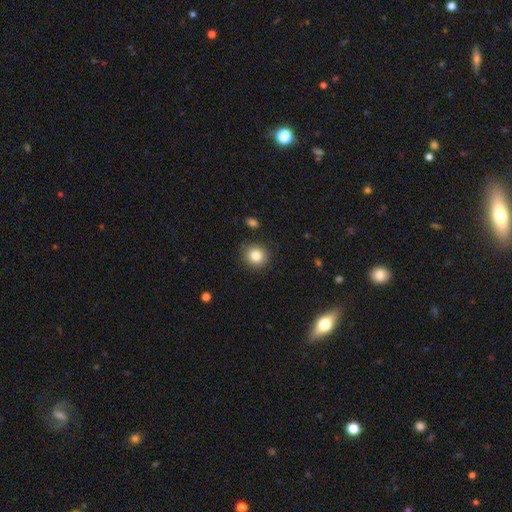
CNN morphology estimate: A smooth galaxy with no disk features (83%) that is round (90%).

Vote fractions:
- Smooth or featured? smooth: 83% / star or artifact: 10% / featured or disk: 6%
- How rounded? round: 90% / in between: 9% / cigar-shaped: 1%
- Merging? none: 89% / minor disturbance: 7% / major disturbance: 2% / merger: 2%